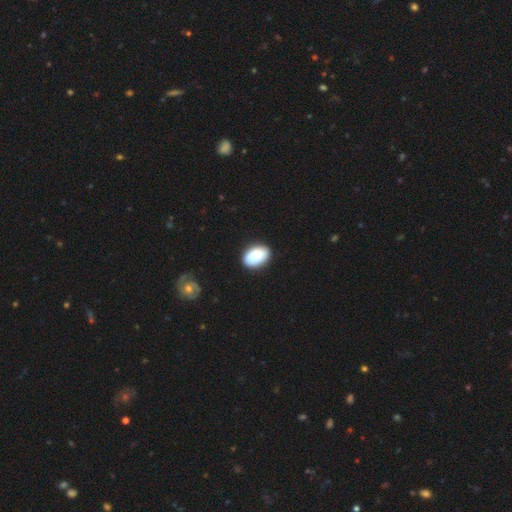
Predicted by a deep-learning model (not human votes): Morphology: type=smooth (81%); roundness=in between (89%); merging=none (87%).